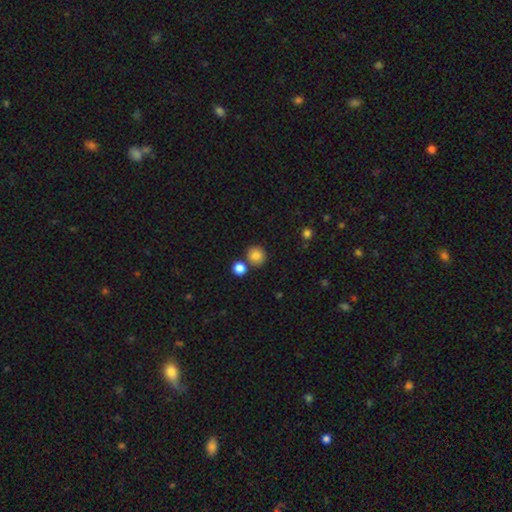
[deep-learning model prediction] A smooth galaxy with no disk features (84%) that is round (90%). Merging: none (75%).